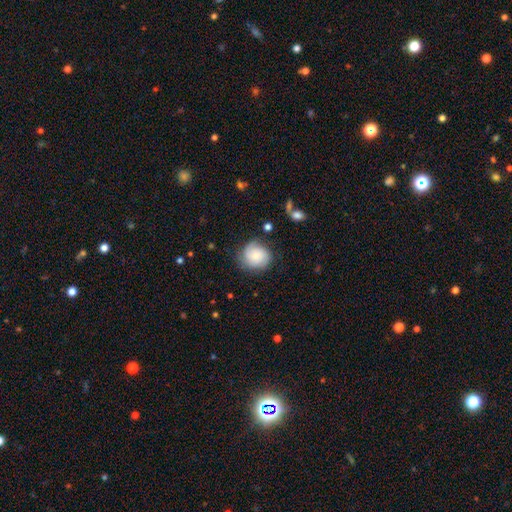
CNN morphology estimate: This is likely a smooth galaxy (67%). How rounded: clearly round (81%). Merging: likely none (71%).